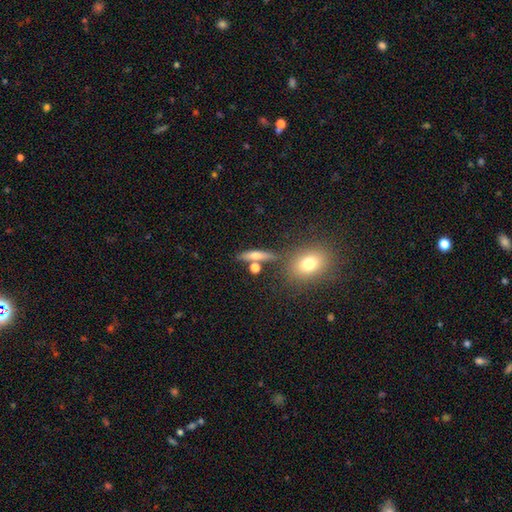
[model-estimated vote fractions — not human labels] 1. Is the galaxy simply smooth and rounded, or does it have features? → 54% smooth, 35% featured or disk, 11% star or artifact.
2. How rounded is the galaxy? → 59% cigar-shaped, 27% in between, 14% round.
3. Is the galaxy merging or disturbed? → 71% none, 13% merger, 11% minor disturbance, 5% major disturbance.